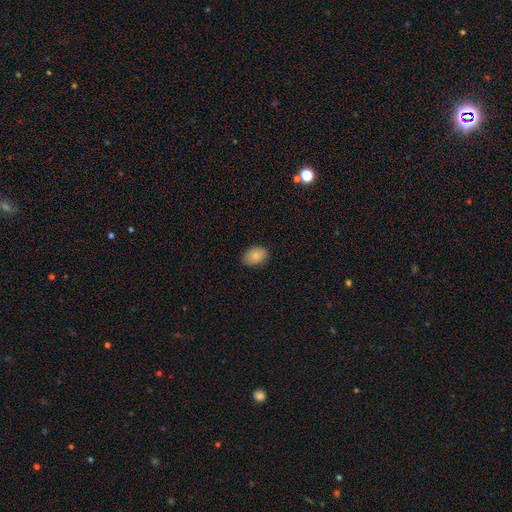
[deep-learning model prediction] Smooth or featured? Predicted: smooth (p=0.86). How rounded? Predicted: in between (p=0.83). Merging? Predicted: none (p=0.84).